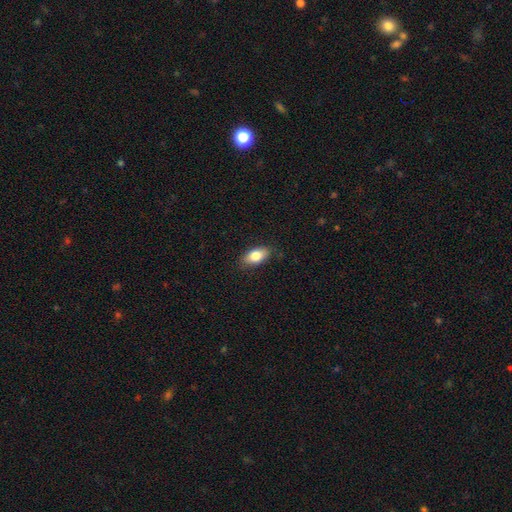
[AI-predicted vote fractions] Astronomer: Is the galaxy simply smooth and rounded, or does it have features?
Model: smooth — 81%.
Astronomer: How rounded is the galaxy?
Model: in between — 88%.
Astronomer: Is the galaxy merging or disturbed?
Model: none — 85%.